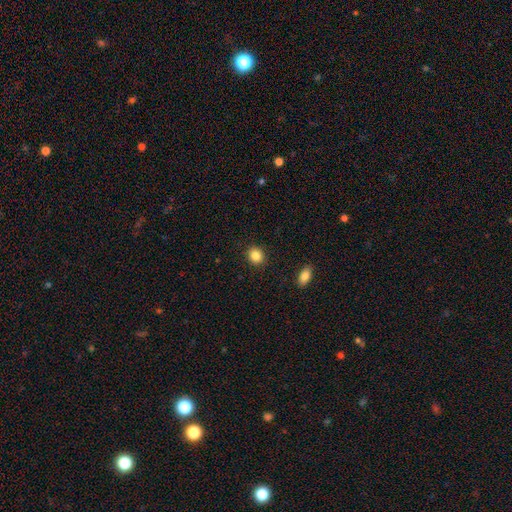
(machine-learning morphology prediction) A smooth galaxy with no disk features (86%) that is round (72%).

Vote fractions:
- Smooth or featured? smooth: 86% / star or artifact: 9% / featured or disk: 5%
- How rounded? round: 72% / in between: 27% / cigar-shaped: 1%
- Merging? none: 90% / minor disturbance: 6% / major disturbance: 2% / merger: 1%